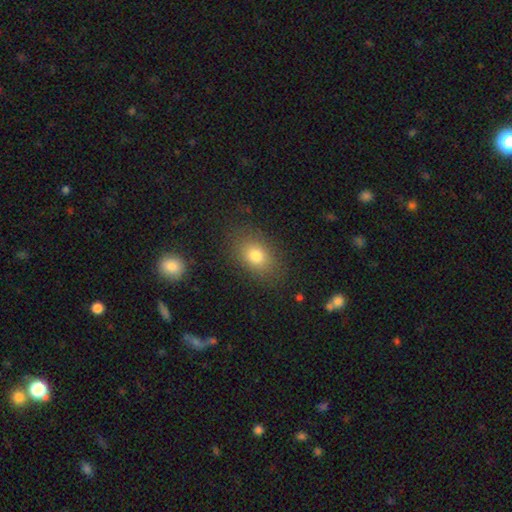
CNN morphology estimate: This appears to be a smooth galaxy with no disk features (78%) that is in between round and cigar-shaped (74%). Merging: none (82%).